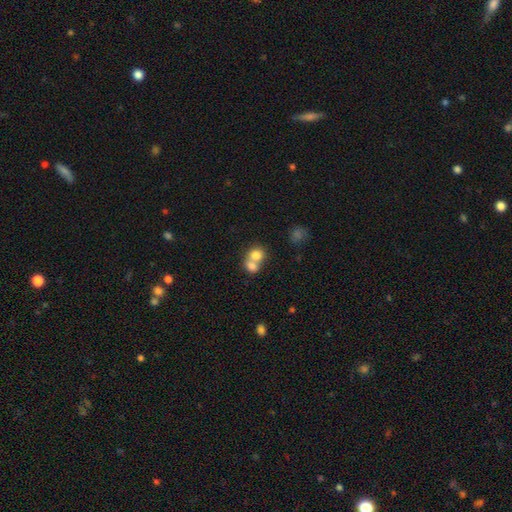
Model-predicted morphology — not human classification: type=smooth (75%); roundness=round (72%); merging=merger (68%).